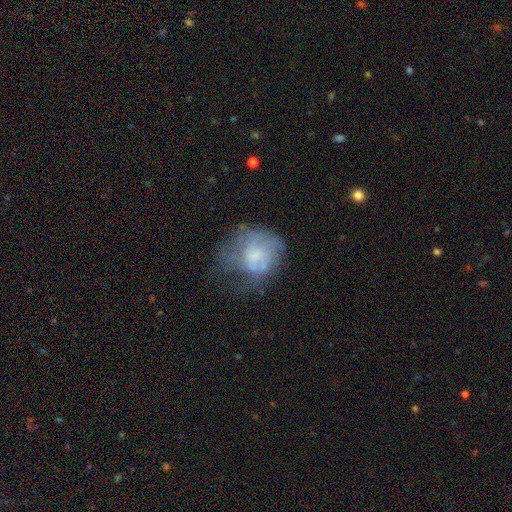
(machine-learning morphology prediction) A featured or disk galaxy (50%).

Vote fractions:
- Smooth or featured? featured or disk: 50% / smooth: 40% / star or artifact: 10%
- Edge-on disk? no: 98% / yes: 2%
- Merging? major disturbance: 38% / none: 31% / minor disturbance: 26% / merger: 4%